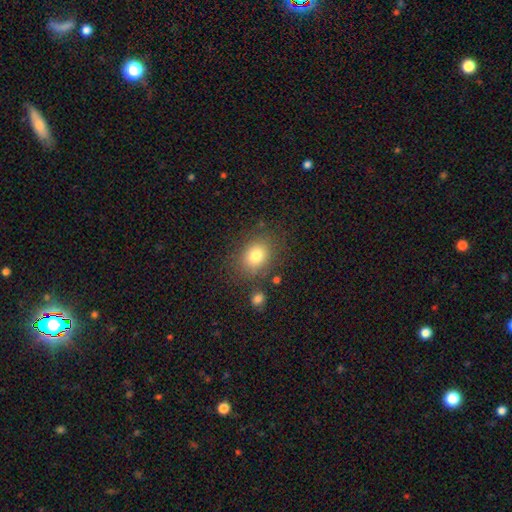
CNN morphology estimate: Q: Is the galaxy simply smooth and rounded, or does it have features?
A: smooth — 79%.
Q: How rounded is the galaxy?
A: in between — 52%.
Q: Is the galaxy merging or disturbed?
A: none — 78%.